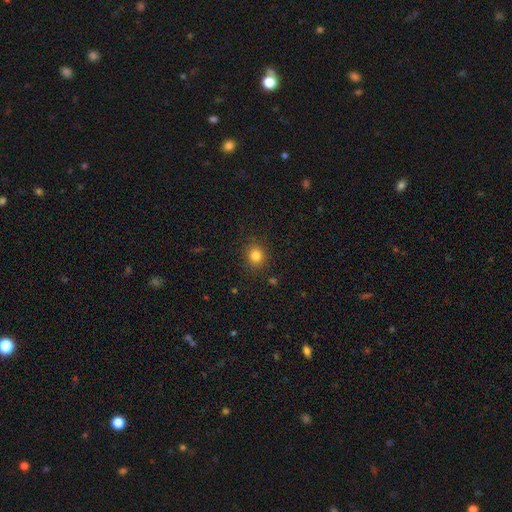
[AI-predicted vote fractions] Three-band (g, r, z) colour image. It shows a smooth galaxy with no disk features (83%) that is round (82%). Merging: none (87%).